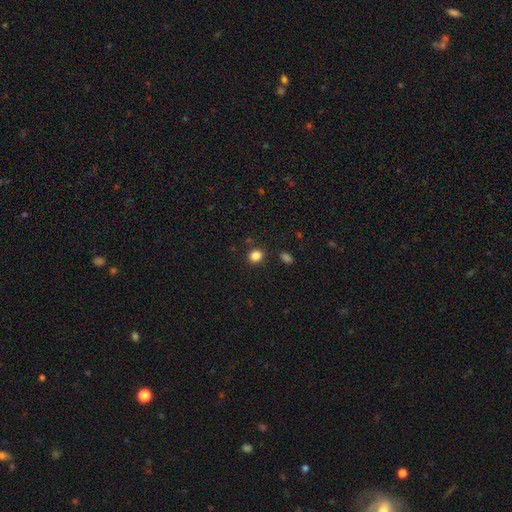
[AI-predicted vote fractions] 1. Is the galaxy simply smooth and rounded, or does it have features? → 85% smooth, 11% star or artifact, 4% featured or disk.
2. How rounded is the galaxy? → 69% round, 30% in between, 1% cigar-shaped.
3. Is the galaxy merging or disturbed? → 86% none, 8% minor disturbance, 3% merger, 3% major disturbance.